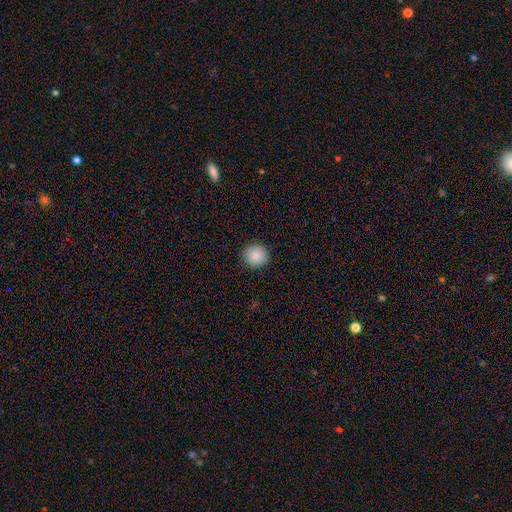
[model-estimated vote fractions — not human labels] This appears to be a smooth galaxy with no disk features (88%) that is round (93%). Merging: none (92%).